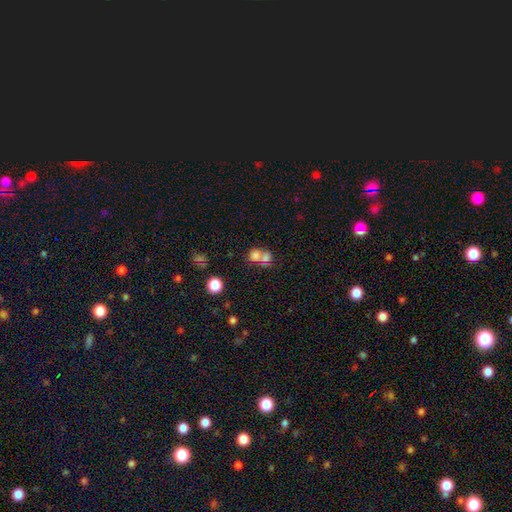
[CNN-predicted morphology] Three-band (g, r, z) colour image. It shows a smooth galaxy with no disk features (69%) that is round (61%). Merging: merger (59%).